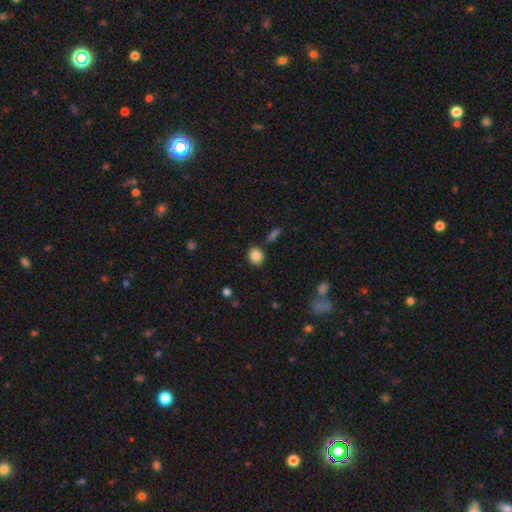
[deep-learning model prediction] Smooth or featured? Predicted: smooth (p=0.86). How rounded? Predicted: round (p=0.70). Merging? Predicted: none (p=0.84).